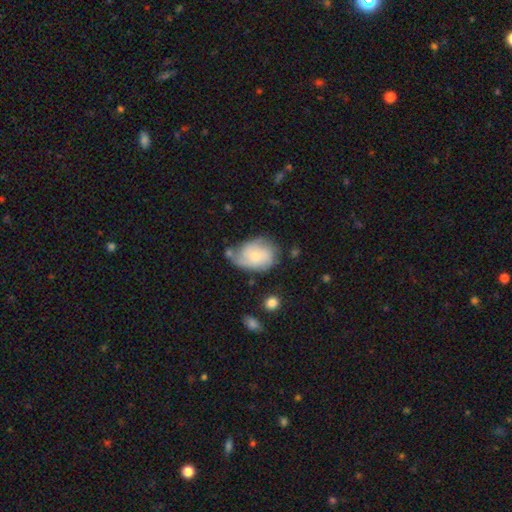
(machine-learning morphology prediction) smooth 49%, featured or disk 43%, star or artifact 7%. Down the decision tree: merging — none (47%).